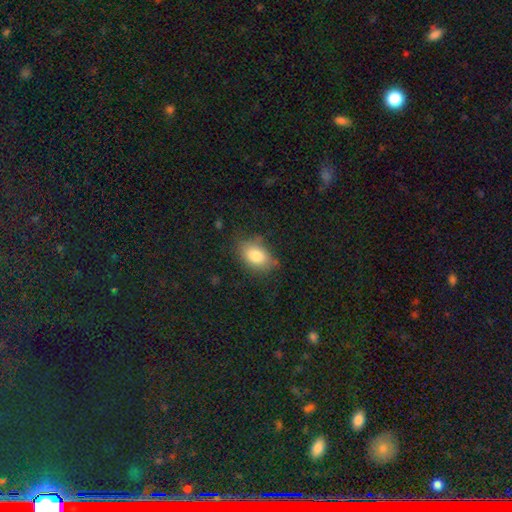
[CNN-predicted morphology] This appears to be a smooth galaxy with no disk features (81%) that is in between round and cigar-shaped (85%). Merging: none (73%).